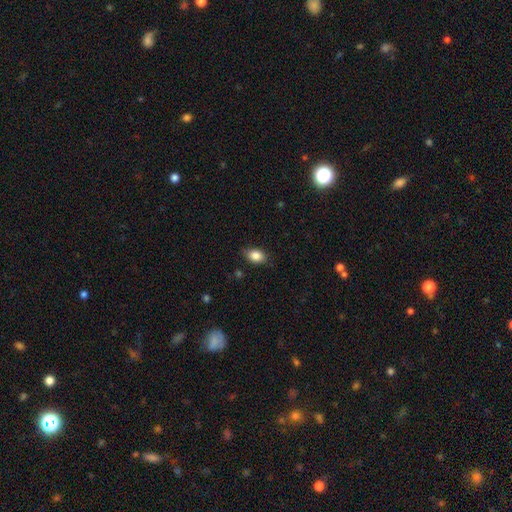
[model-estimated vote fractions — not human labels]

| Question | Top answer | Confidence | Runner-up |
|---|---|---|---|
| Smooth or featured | smooth | 86% | star or artifact (8%) |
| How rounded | in between | 82% | round (16%) |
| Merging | none | 82% | minor disturbance (14%) |